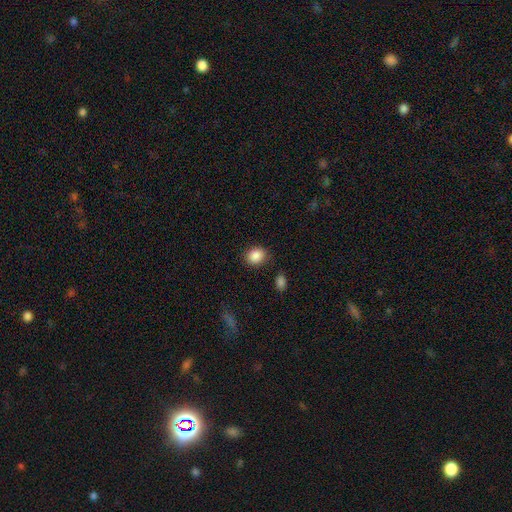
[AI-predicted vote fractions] Smooth or featured?
  - smooth: 88% *
  - star or artifact: 8%
  - featured or disk: 4%
How rounded?
  - round: 57% *
  - in between: 42%
  - cigar-shaped: 1%
Merging?
  - none: 84% *
  - minor disturbance: 11%
  - major disturbance: 3%
  - merger: 3%